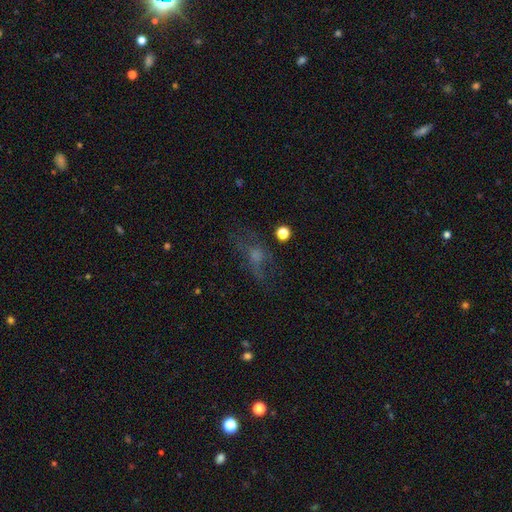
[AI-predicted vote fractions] Smooth or featured?
  - featured or disk: 39% *
  - smooth: 32%
  - star or artifact: 29%
Merging?
  - none: 55% *
  - major disturbance: 22%
  - minor disturbance: 19%
  - merger: 3%